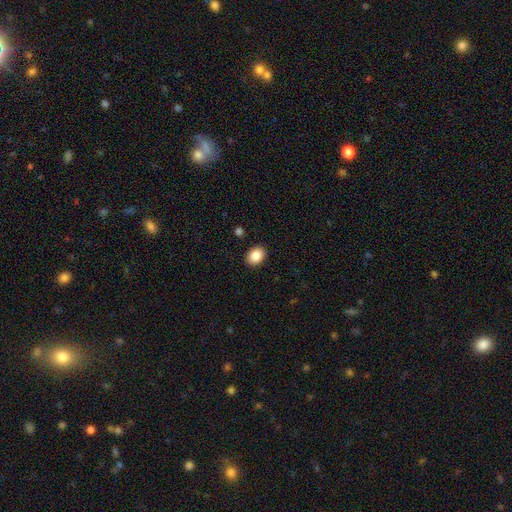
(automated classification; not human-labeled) Morphology: type=smooth (87%); roundness=in between (64%); merging=none (90%).